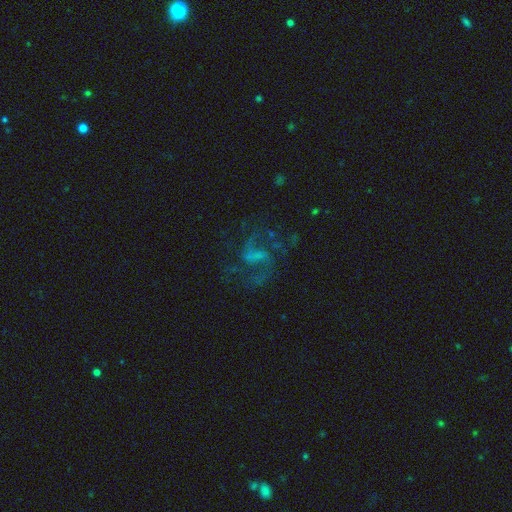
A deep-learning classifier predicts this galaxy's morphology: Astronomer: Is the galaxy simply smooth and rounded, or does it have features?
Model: featured or disk — 76%.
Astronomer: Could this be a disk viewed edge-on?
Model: no — 98%.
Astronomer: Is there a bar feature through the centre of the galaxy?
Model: weak — 49% (runner-up: no, 30%).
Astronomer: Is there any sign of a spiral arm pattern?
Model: yes — 89%.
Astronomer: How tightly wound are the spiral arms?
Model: loose — 48% (runner-up: medium, 43%).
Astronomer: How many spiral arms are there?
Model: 2 — 72%.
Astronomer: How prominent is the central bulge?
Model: none — 48% (runner-up: small, 32%).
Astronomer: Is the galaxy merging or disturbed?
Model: none — 59%.